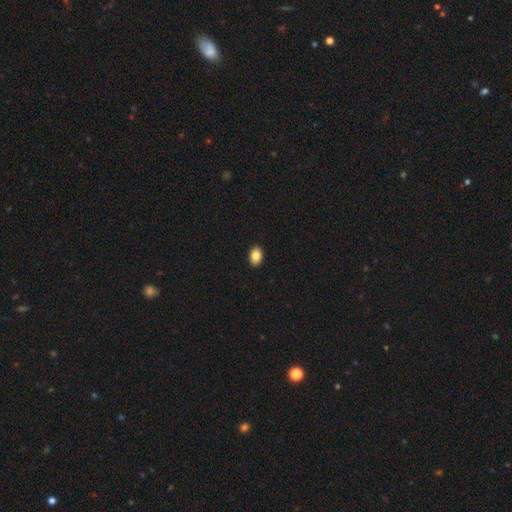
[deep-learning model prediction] smooth 85%, star or artifact 8%, featured or disk 7%. Down the decision tree: how rounded — in between (81%); merging — none (91%).